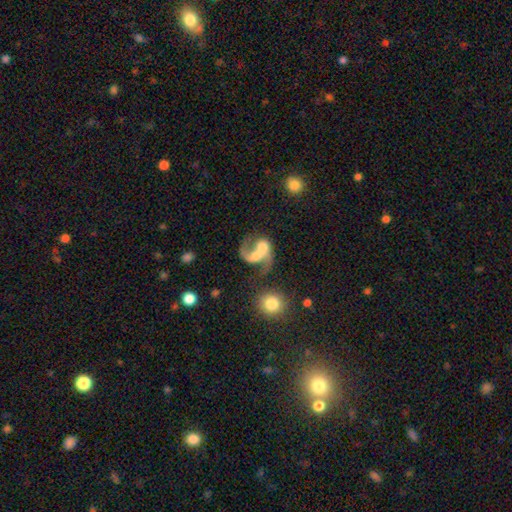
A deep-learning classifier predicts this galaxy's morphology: This appears to be a featured or disk galaxy (70%) with no bar (54%), 2 (71%) loose (62%) spiral arms (84%) and a moderate central bulge (40%). Merging: merger (49%).